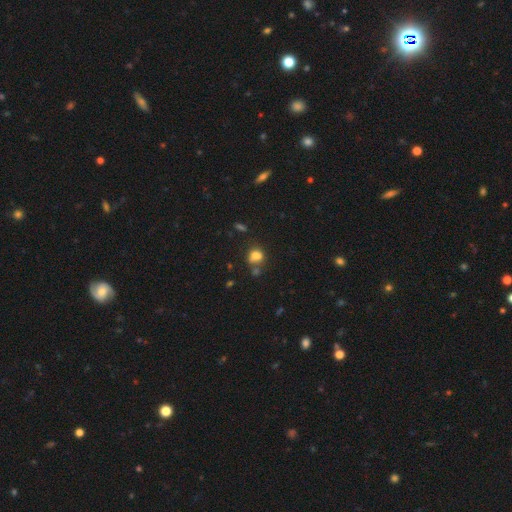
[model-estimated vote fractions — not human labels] Smooth or featured: smooth — 75% (star or artifact — 14%)
How rounded: round — 50% (in between — 49%)
Merging: none — 43% (merger — 30%)